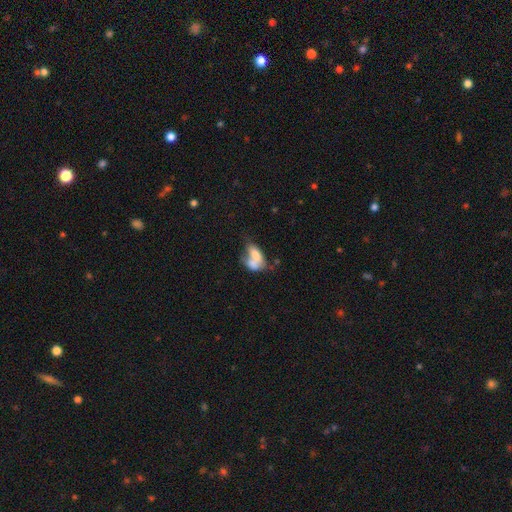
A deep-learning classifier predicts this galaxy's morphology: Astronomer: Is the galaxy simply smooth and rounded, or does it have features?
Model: smooth — 67%.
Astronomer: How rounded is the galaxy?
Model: in between — 86%.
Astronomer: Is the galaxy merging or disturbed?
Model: merger — 62%.